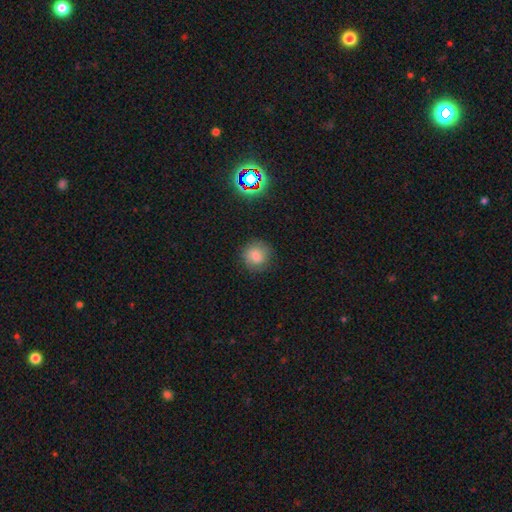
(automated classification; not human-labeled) The model was most divided on "smooth or featured": smooth: 73%, featured or disk: 14%, star or artifact: 13%. More confident: how rounded — round (90%); merging — none (83%).